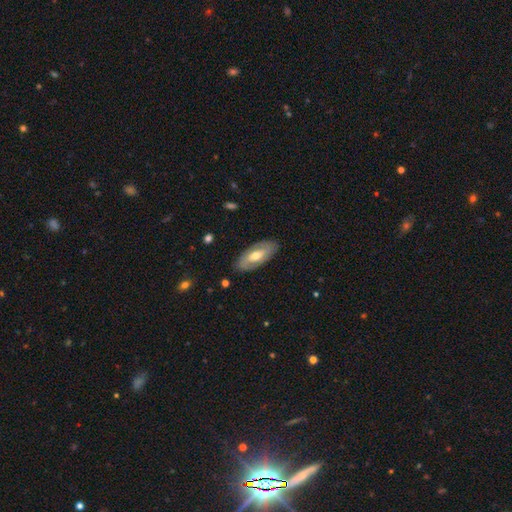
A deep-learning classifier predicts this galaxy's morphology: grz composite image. It shows a featured or disk galaxy (52%). Merging: none (85%).